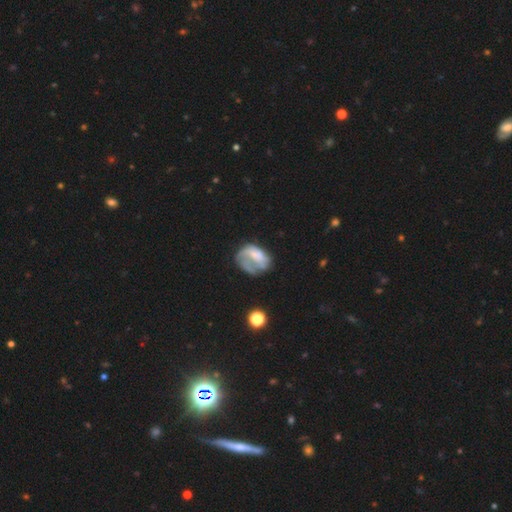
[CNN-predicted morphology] The model was most divided on "merging": major disturbance: 35%, none: 34%, minor disturbance: 25%, merger: 6%. More confident: edge-on disk — no (98%); bar — no (71%); spiral arms — no (58%); bulge size — none (52%); smooth or featured — featured or disk (51%).